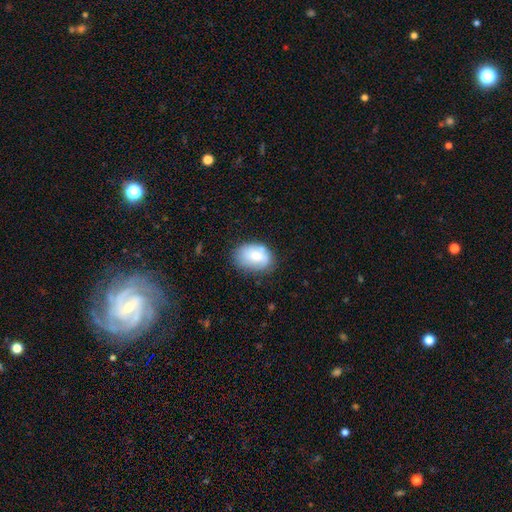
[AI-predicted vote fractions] Morphology: type=smooth (70%); roundness=in between (76%); merging=none (66%).